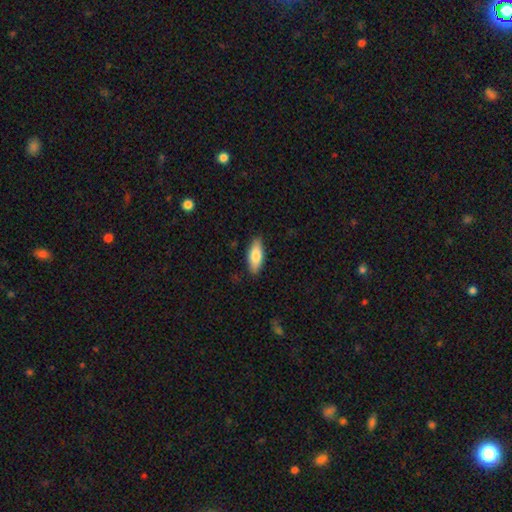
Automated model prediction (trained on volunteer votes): Smooth or featured?
  - smooth: 80% *
  - featured or disk: 14%
  - star or artifact: 6%
How rounded?
  - in between: 76% *
  - cigar-shaped: 21%
  - round: 2%
Merging?
  - none: 87% *
  - minor disturbance: 10%
  - major disturbance: 2%
  - merger: 1%